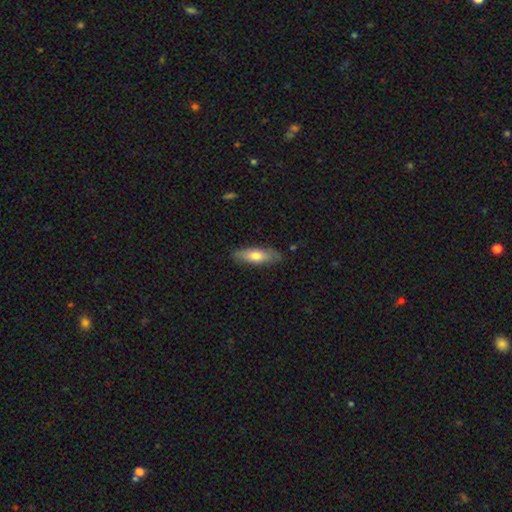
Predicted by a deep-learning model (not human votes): This is likely a smooth galaxy (69%). How rounded: possibly in between (52%). Merging: clearly none (83%).